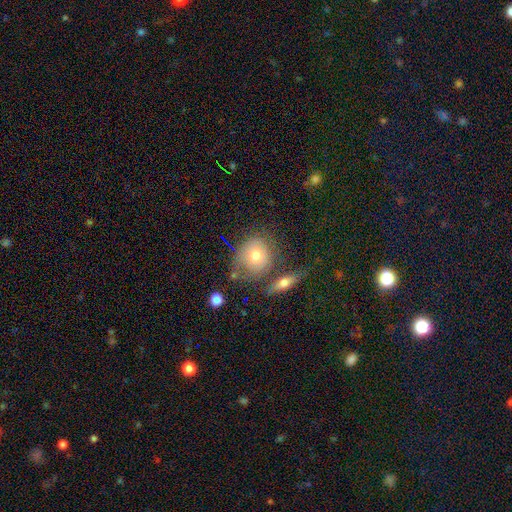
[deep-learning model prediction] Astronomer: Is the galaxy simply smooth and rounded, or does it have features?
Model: smooth — 67%.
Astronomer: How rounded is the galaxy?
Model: round — 75%.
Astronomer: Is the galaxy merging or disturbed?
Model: none — 56%.